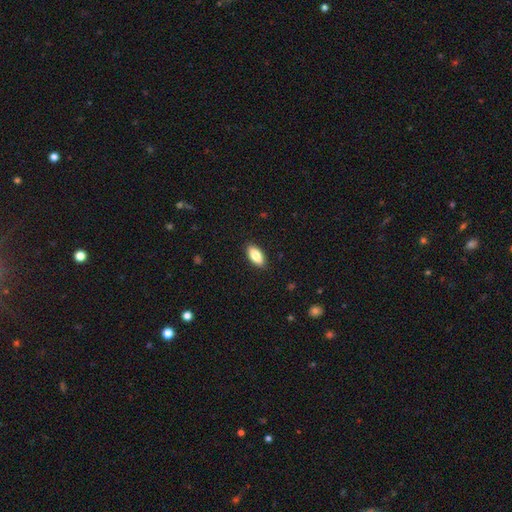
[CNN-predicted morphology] A smooth galaxy with no disk features (83%) that is in between round and cigar-shaped (88%). Merging: none (89%).